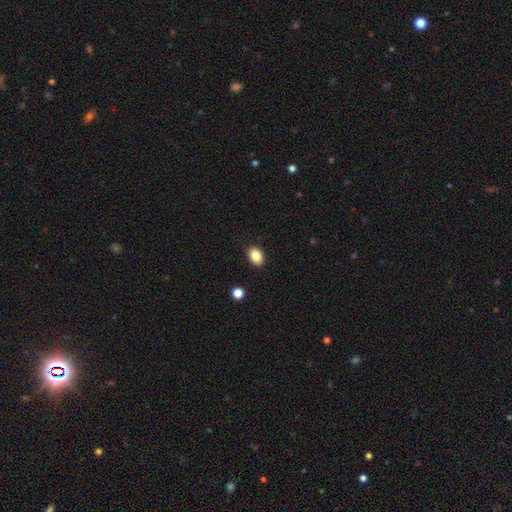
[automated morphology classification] A smooth galaxy with no disk features (86%) that is in between round and cigar-shaped (74%).

Vote fractions:
- Smooth or featured? smooth: 86% / star or artifact: 9% / featured or disk: 5%
- How rounded? in between: 74% / round: 25% / cigar-shaped: 1%
- Merging? none: 89% / minor disturbance: 8% / major disturbance: 2% / merger: 1%